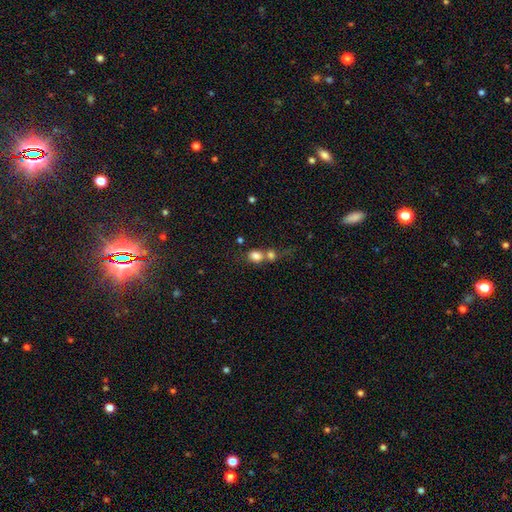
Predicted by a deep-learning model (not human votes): This is likely a smooth galaxy (80%). How rounded: possibly round (59%). Merging: possibly merger (55%).